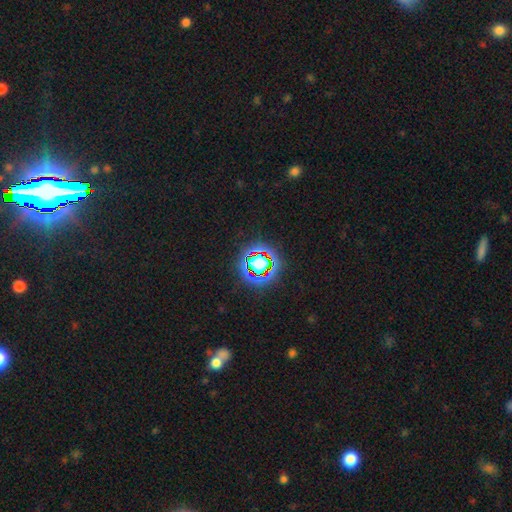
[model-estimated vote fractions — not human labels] The model was most divided on "smooth or featured": star or artifact: 75%, smooth: 15%, featured or disk: 10%.